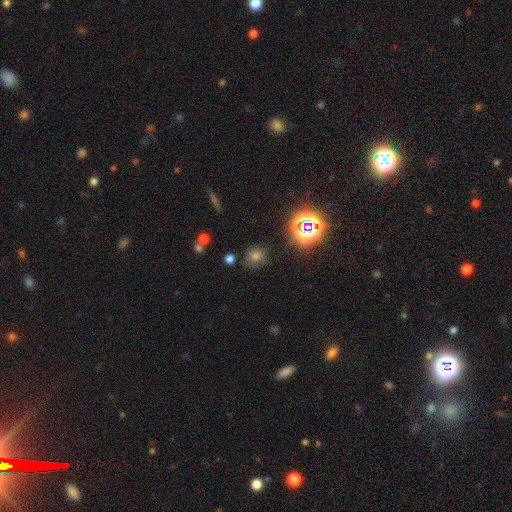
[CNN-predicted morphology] smooth-or-featured: smooth: 60% | star or artifact: 30% | featured or disk: 10%
  how-rounded: round: 80% | in between: 19% | cigar-shaped: 1%
  merging: none: 75% | minor disturbance: 16% | major disturbance: 5% | merger: 4%